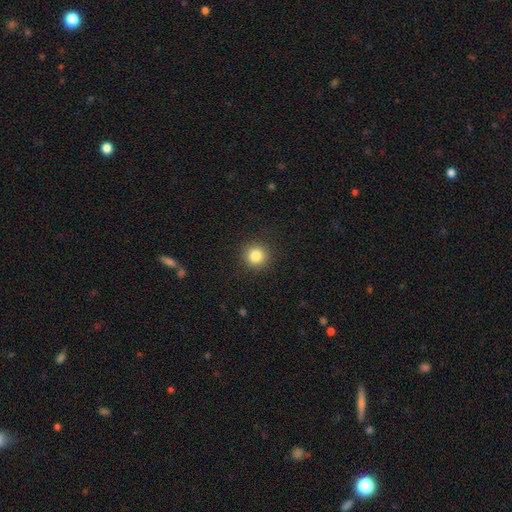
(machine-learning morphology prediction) smooth_or_featured: smooth (p=0.84) [alt: star or artifact p=0.11]
how_rounded: round (p=0.94) [alt: in between p=0.05]
merging: none (p=0.91) [alt: minor disturbance p=0.06]